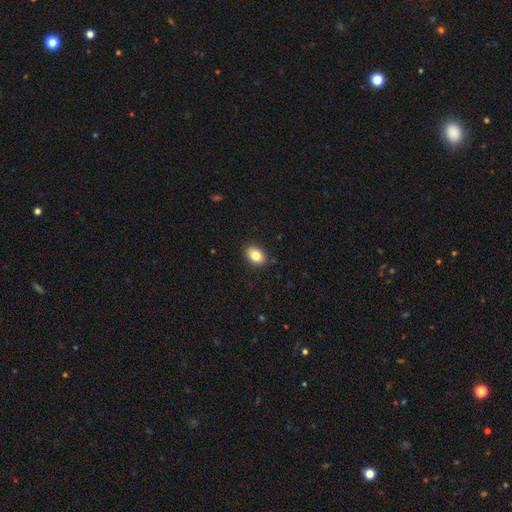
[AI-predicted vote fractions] This appears to be a smooth galaxy with no disk features (83%) that is in between round and cigar-shaped (80%). Merging: none (88%).